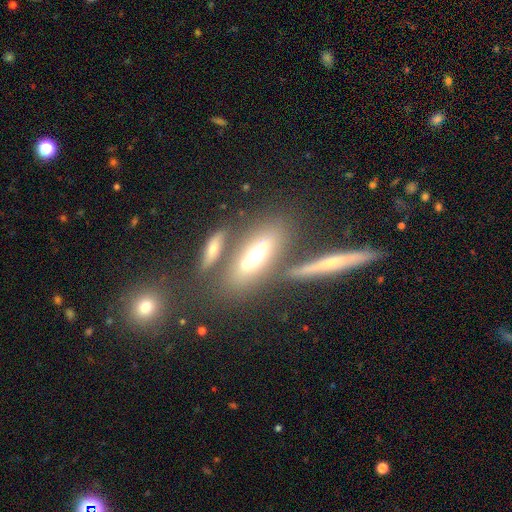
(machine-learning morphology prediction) smooth-or-featured: smooth: 52% | featured or disk: 36% | star or artifact: 11%
  how-rounded: in between: 66% | cigar-shaped: 29% | round: 5%
  merging: none: 58% | merger: 24% | minor disturbance: 12% | major disturbance: 6%